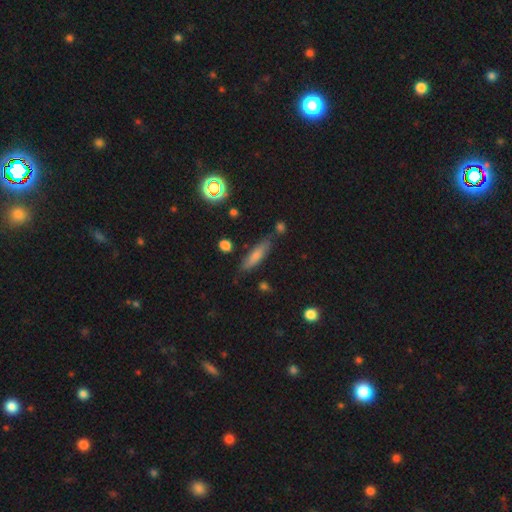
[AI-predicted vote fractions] This is likely a smooth galaxy (70%). How rounded: likely cigar-shaped (70%). Merging: likely none (73%).